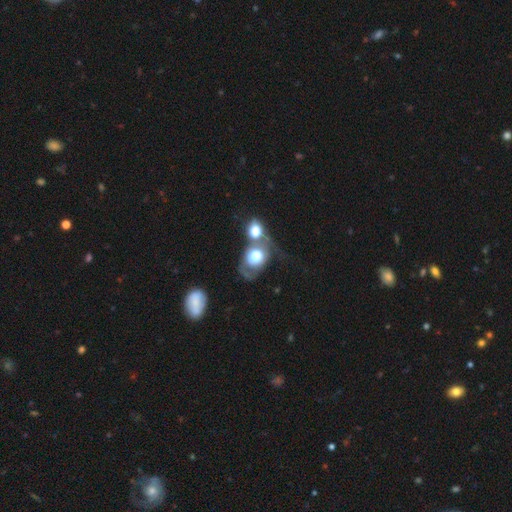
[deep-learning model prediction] This appears to be a smooth galaxy with no disk features (58%) that is in between round and cigar-shaped (52%). Merging: merger (55%).